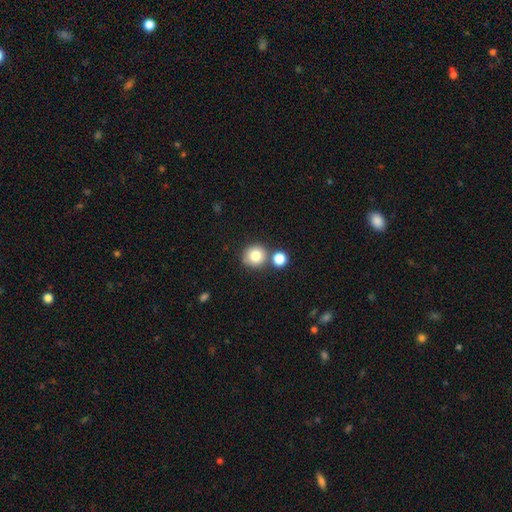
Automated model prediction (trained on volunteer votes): Morphology: type=smooth (80%); roundness=round (90%); merging=none (69%).